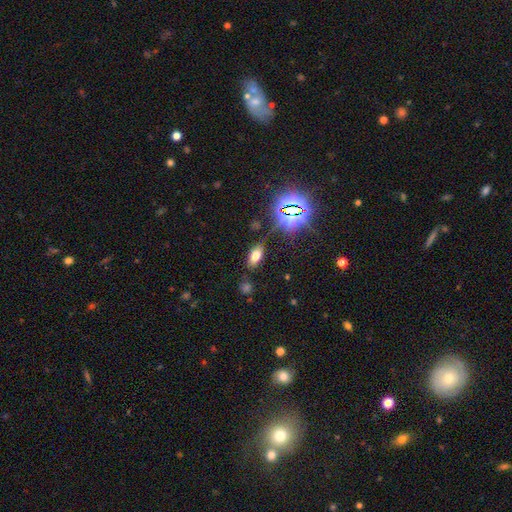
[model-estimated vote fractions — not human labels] Smooth or featured: smooth — 63% (star or artifact — 24%)
How rounded: in between — 86% (cigar-shaped — 9%)
Merging: none — 79% (minor disturbance — 13%)